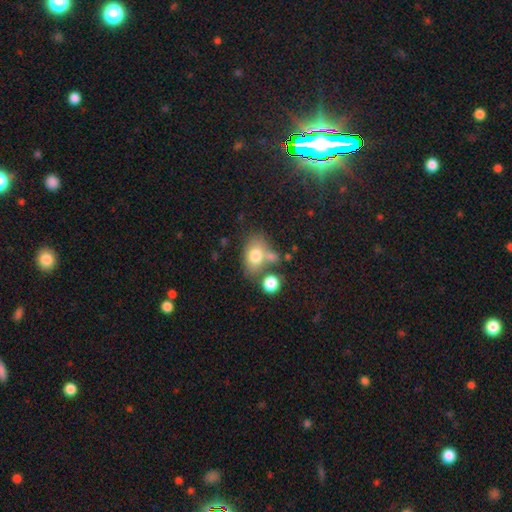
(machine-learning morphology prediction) The model was most divided on "merging": none: 47%, merger: 29%, minor disturbance: 16%, major disturbance: 8%. More confident: how rounded — in between (77%); smooth or featured — smooth (75%).